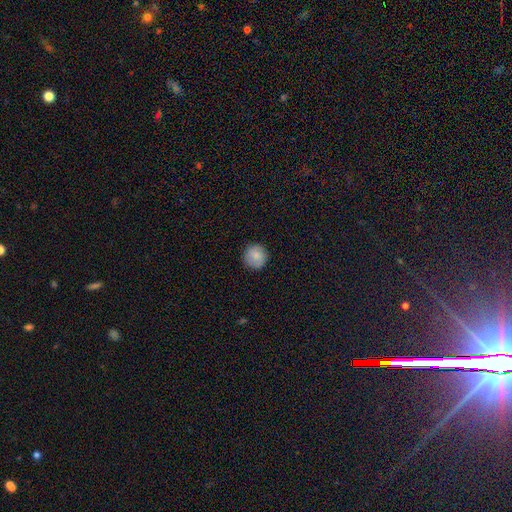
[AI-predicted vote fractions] A smooth galaxy with no disk features (82%) that is round (94%). Merging: none (89%).